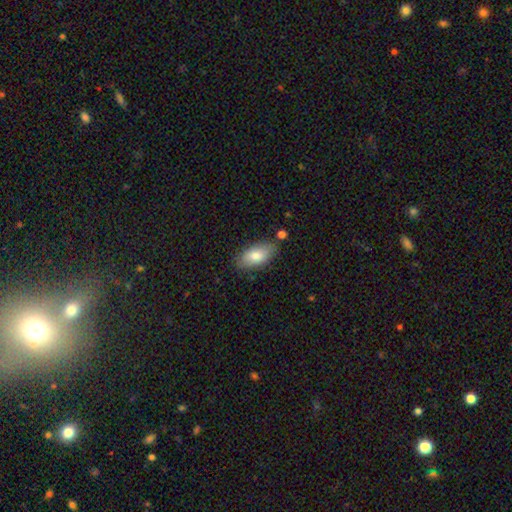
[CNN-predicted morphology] Smooth or featured: smooth — 80% (featured or disk — 14%)
How rounded: in between — 91% (cigar-shaped — 6%)
Merging: none — 78% (minor disturbance — 15%)